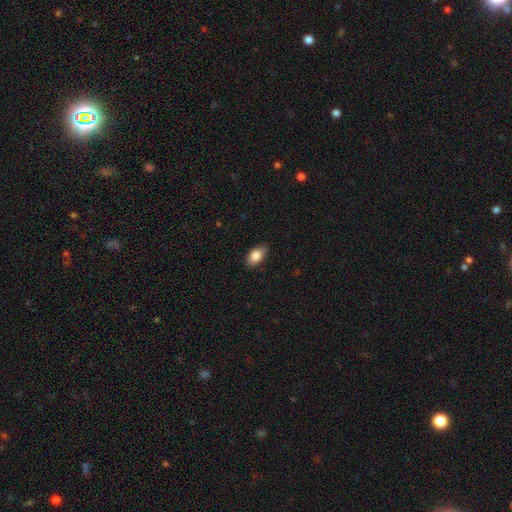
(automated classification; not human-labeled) smooth 83%, featured or disk 10%, star or artifact 7%. Down the decision tree: how rounded — in between (91%); merging — none (84%).